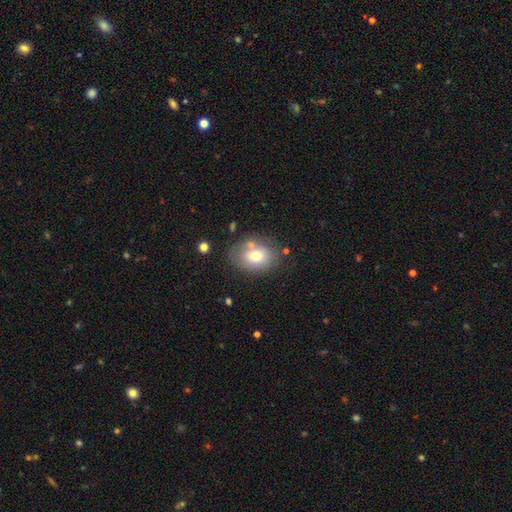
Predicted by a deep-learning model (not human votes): Smooth or featured? smooth (70%)
How rounded? in between (68%)
Merging? none (64%)